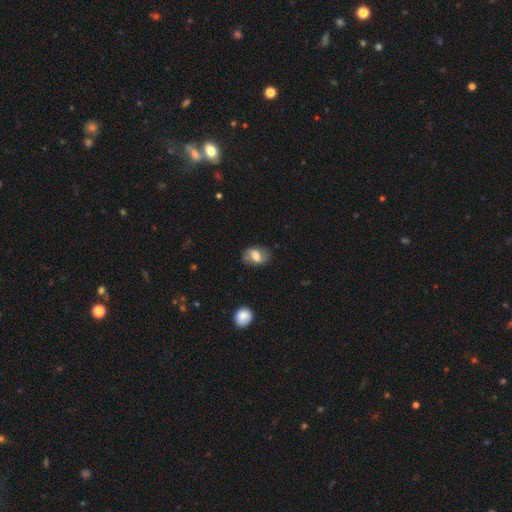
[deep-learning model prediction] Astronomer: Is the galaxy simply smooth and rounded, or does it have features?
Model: smooth — 56% (runner-up: featured or disk, 36%).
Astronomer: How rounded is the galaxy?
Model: in between — 78%.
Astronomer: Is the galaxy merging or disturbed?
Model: none — 74%.